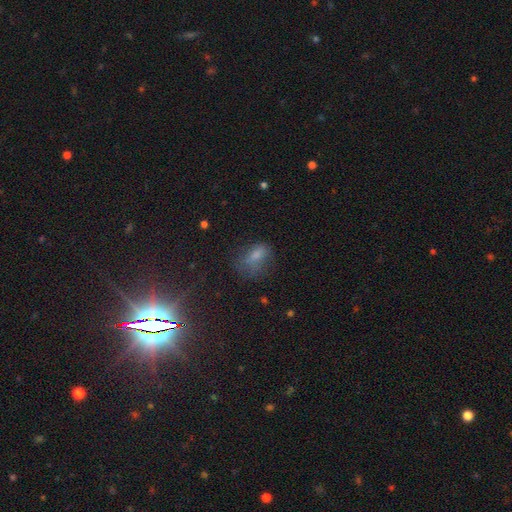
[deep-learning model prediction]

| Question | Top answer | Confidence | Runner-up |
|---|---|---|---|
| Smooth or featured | smooth | 48% | star or artifact (35%) |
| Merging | none | 55% | minor disturbance (25%) |